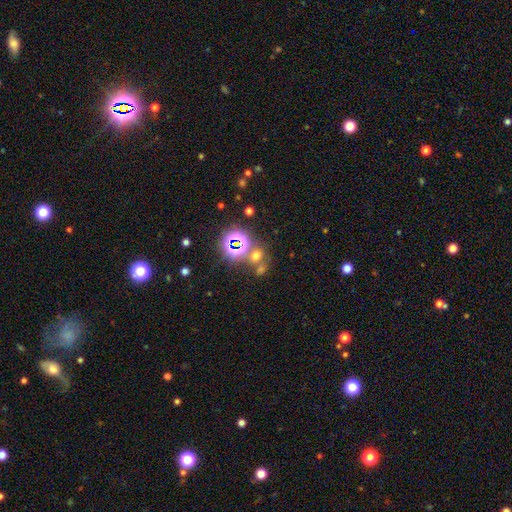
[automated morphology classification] A star or artifact, not a galaxy (46%).